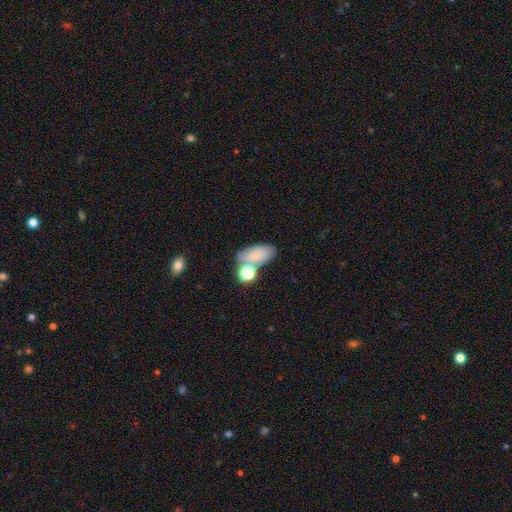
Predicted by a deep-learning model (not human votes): A smooth galaxy with no disk features (74%) that is in between round and cigar-shaped (88%).

Vote fractions:
- Smooth or featured? smooth: 74% / featured or disk: 14% / star or artifact: 12%
- How rounded? in between: 88% / round: 8% / cigar-shaped: 4%
- Merging? none: 50% / merger: 25% / minor disturbance: 17% / major disturbance: 8%